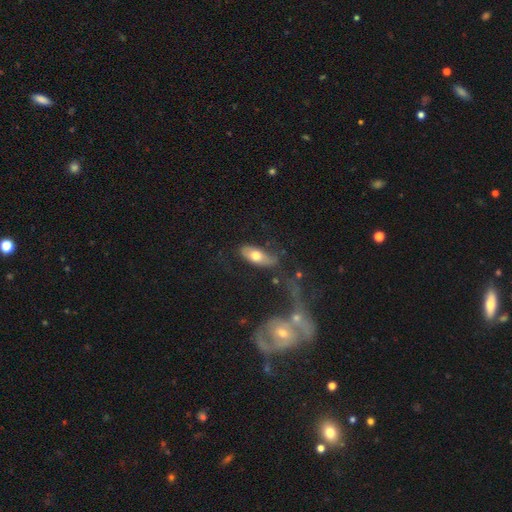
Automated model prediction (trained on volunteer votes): Smooth or featured: smooth — 61% (featured or disk — 33%)
How rounded: in between — 80% (cigar-shaped — 17%)
Merging: none — 61% (minor disturbance — 22%)